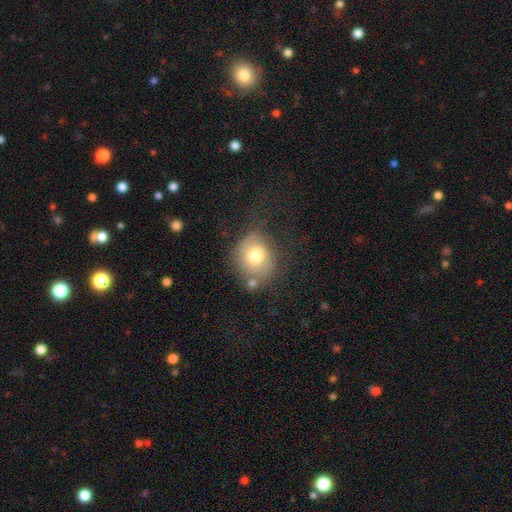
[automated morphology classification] A smooth galaxy with no disk features (71%) that is round (65%). Merging: none (51%).